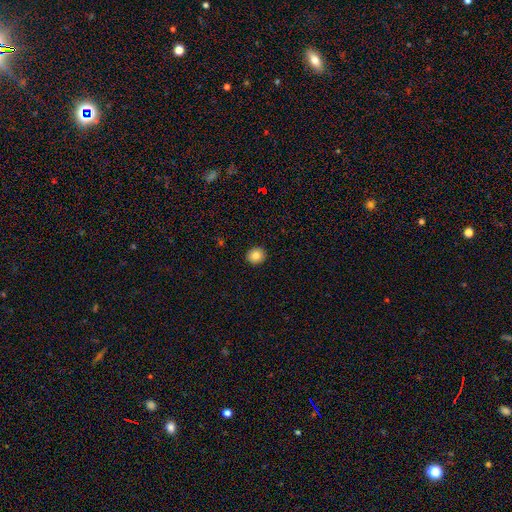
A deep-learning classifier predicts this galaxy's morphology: smooth_or_featured: smooth (p=0.83) [alt: star or artifact p=0.09]
how_rounded: round (p=0.86) [alt: in between p=0.13]
merging: none (p=0.93) [alt: minor disturbance p=0.05]